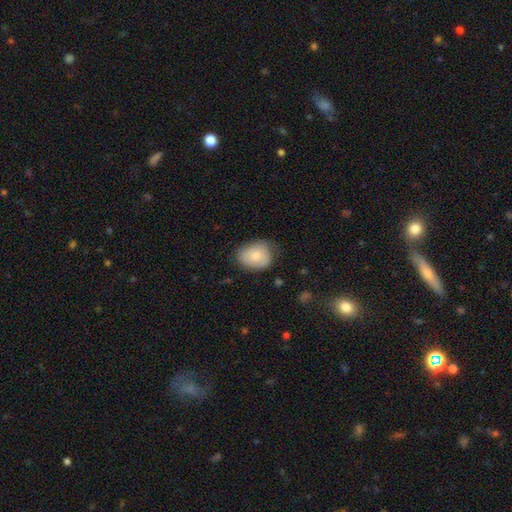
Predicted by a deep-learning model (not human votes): Smooth or featured?
  - smooth: 76% *
  - featured or disk: 17%
  - star or artifact: 7%
How rounded?
  - in between: 56% *
  - round: 43%
  - cigar-shaped: 1%
Merging?
  - none: 61% *
  - minor disturbance: 31%
  - major disturbance: 7%
  - merger: 1%